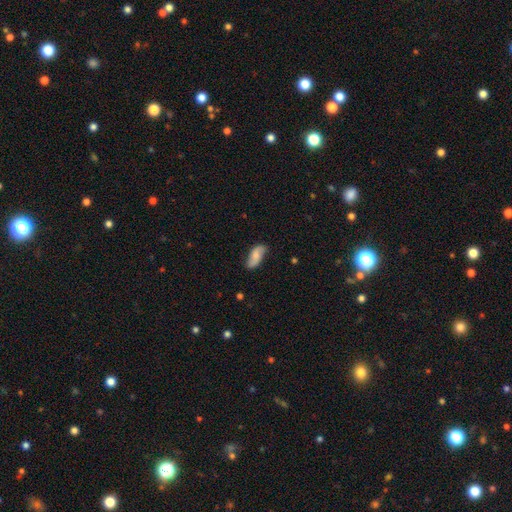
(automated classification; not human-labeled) The model was most divided on "smooth or featured": smooth: 60%, featured or disk: 33%, star or artifact: 7%. More confident: how rounded — in between (85%); merging — none (72%).